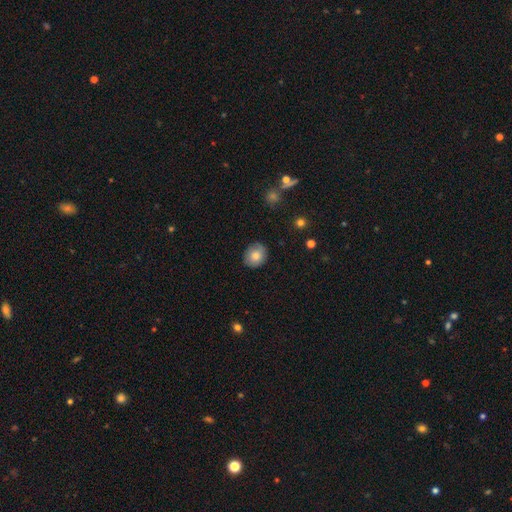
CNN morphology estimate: This appears to be a smooth galaxy with no disk features (82%) that is round (67%). Merging: none (84%).